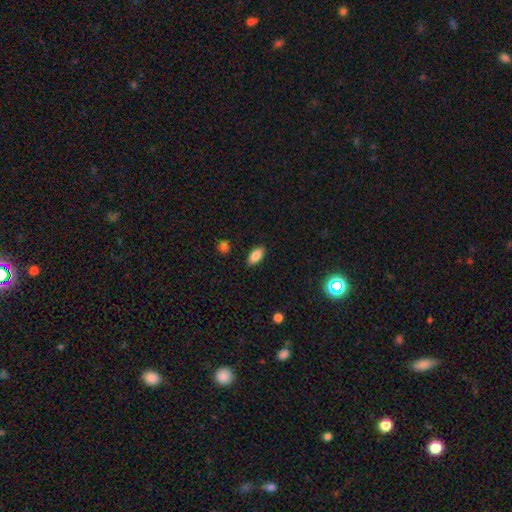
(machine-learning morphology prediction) type=smooth (85%); roundness=in between (91%); merging=none (88%).